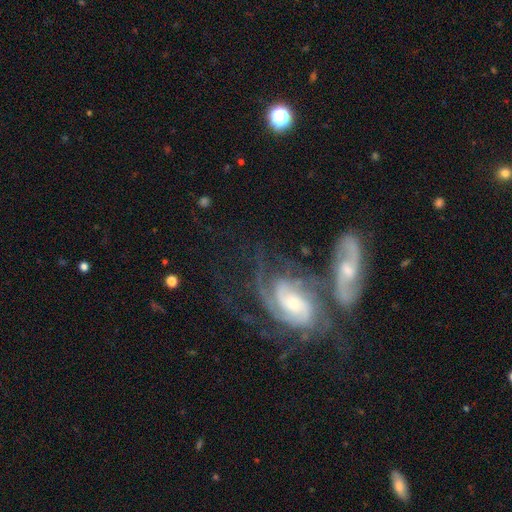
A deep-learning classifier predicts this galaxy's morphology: Smooth or featured? Predicted: featured or disk (p=0.81). Edge-on disk? Predicted: no (p=0.94). Bar? Predicted: no (p=0.51). Spiral arms? Predicted: yes (p=0.92). Spiral winding? Predicted: tight (p=0.56). Spiral arm count? Predicted: 2 (p=0.37). Bulge size? Predicted: moderate (p=0.50). Merging? Predicted: merger (p=0.54).